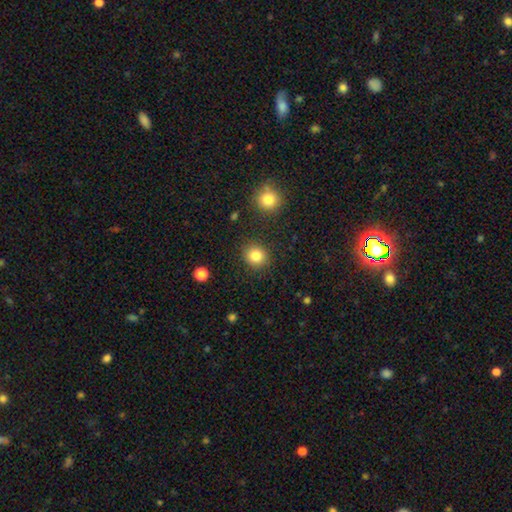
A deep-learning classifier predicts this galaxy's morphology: This appears to be a smooth galaxy with no disk features (84%) that is round (86%). Merging: none (89%).